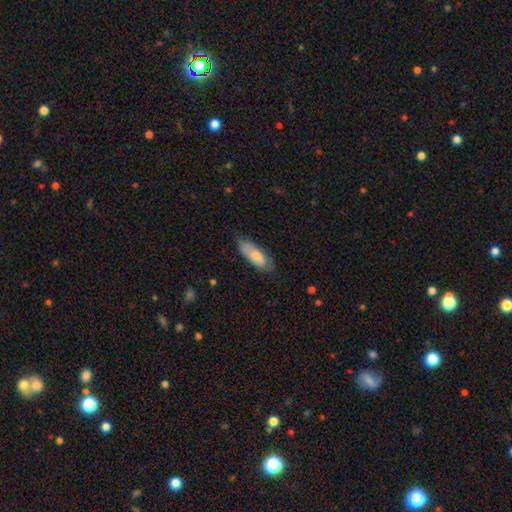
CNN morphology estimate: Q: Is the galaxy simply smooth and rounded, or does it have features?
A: smooth — 79%.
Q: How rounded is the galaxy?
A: in between — 72%.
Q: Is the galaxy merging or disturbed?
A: none — 73%.